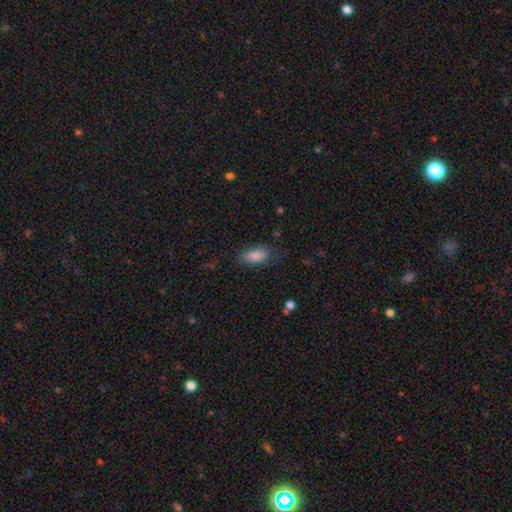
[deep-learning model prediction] A smooth galaxy with no disk features (86%) that is in between round and cigar-shaped (87%).

Vote fractions:
- Smooth or featured? smooth: 86% / star or artifact: 8% / featured or disk: 7%
- How rounded? in between: 87% / cigar-shaped: 10% / round: 3%
- Merging? none: 71% / minor disturbance: 20% / major disturbance: 7% / merger: 2%